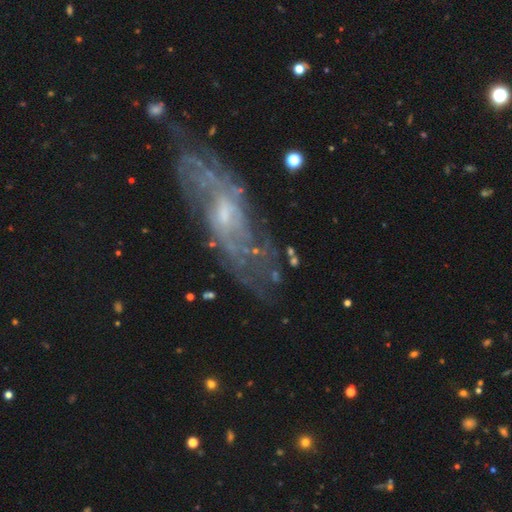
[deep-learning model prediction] Morphology: type=featured or disk (80%); edge-on=no (82%); bar=no (59%); spiral arms=yes (88%); winding=tight (50%); arm count=can't tell (57%); bulge=small (62%); merging=none (75%).